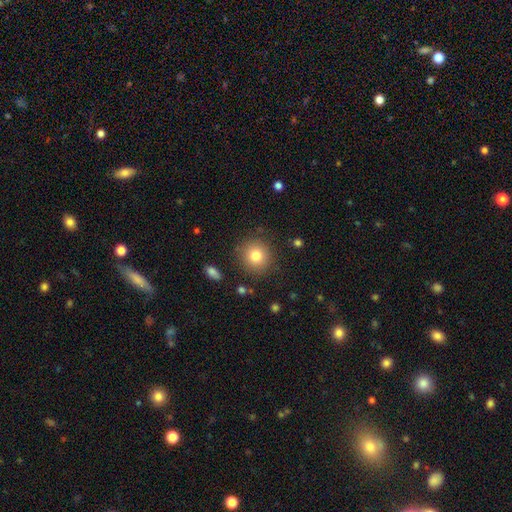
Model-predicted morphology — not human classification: This is likely a smooth galaxy (79%). How rounded: clearly round (90%). Merging: clearly none (86%).